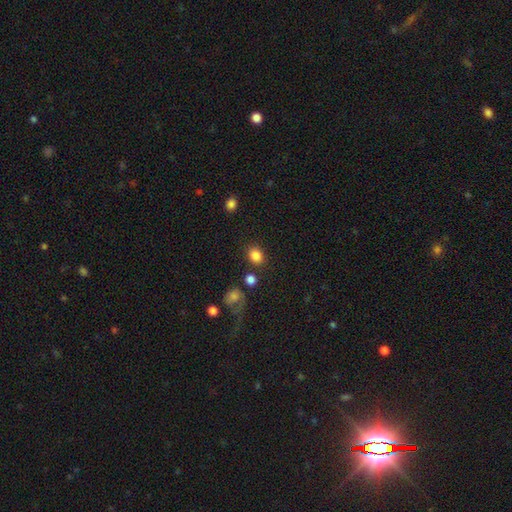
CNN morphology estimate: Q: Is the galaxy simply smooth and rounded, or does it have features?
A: smooth — 85%.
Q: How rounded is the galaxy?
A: in between — 50%.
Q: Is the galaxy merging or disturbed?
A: none — 79%.